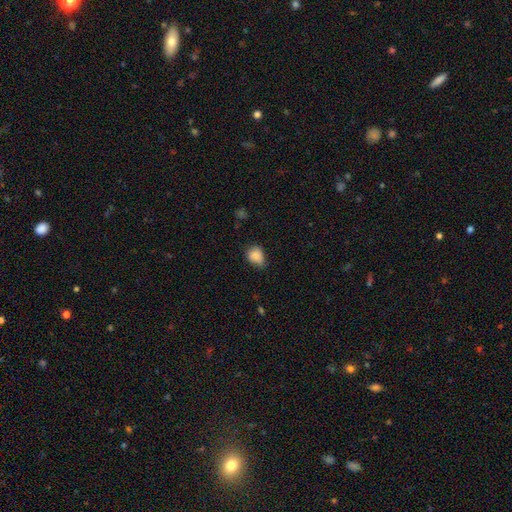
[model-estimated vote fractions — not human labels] The model was most divided on "merging": none: 51%, minor disturbance: 40%, major disturbance: 8%, merger: 2%. More confident: smooth or featured — smooth (85%); how rounded — in between (56%).